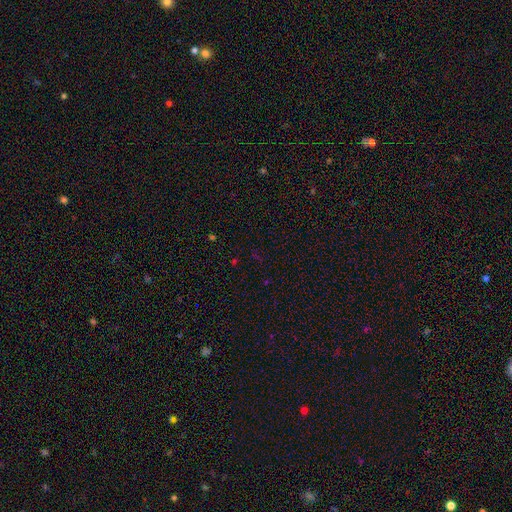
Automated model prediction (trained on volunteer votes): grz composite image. It shows a star or artifact, not a galaxy (68%).